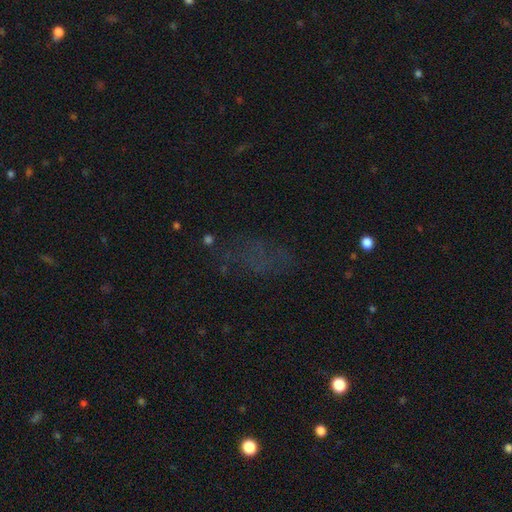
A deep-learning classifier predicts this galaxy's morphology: Smooth or featured? star or artifact (48%)